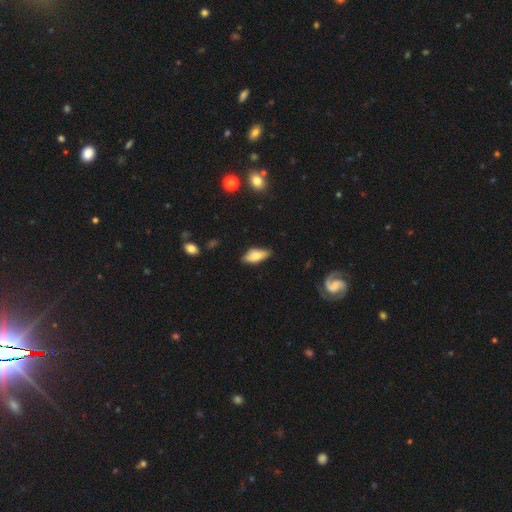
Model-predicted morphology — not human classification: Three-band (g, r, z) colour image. It shows a smooth galaxy with no disk features (73%) that is in between round and cigar-shaped (87%). Merging: none (70%).